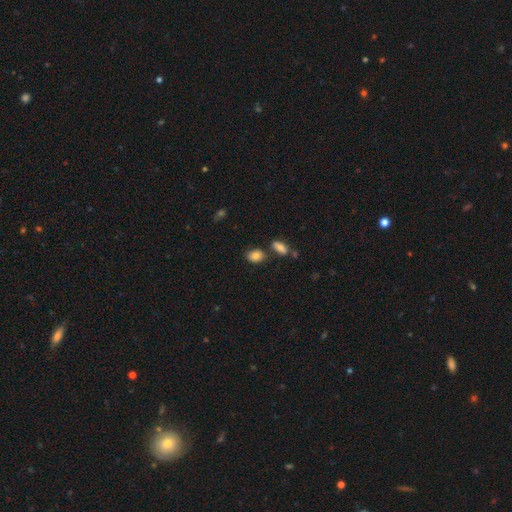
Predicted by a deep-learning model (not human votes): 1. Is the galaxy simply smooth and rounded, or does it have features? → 83% smooth, 9% star or artifact, 8% featured or disk.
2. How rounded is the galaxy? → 72% in between, 26% round, 2% cigar-shaped.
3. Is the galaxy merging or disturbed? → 72% none, 12% merger, 12% minor disturbance, 3% major disturbance.